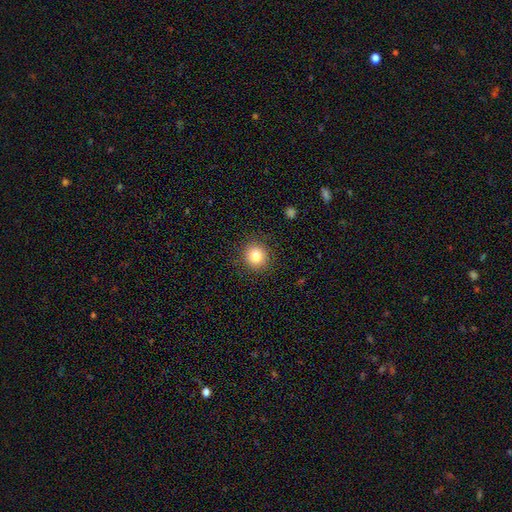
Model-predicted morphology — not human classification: This appears to be a smooth galaxy with no disk features (82%) that is round (89%). Merging: none (89%).